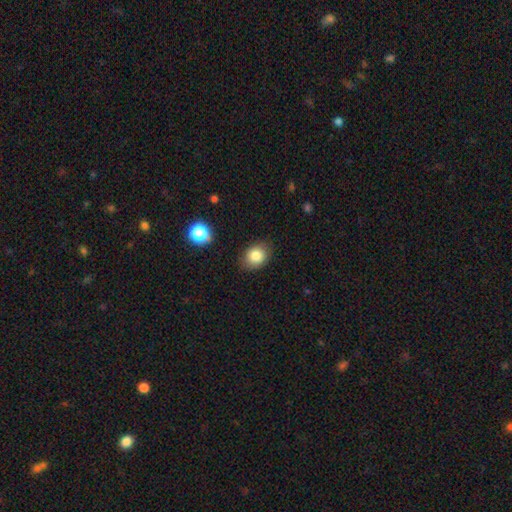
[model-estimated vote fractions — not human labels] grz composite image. It shows a smooth galaxy with no disk features (83%) that is in between round and cigar-shaped (58%). Merging: none (81%).